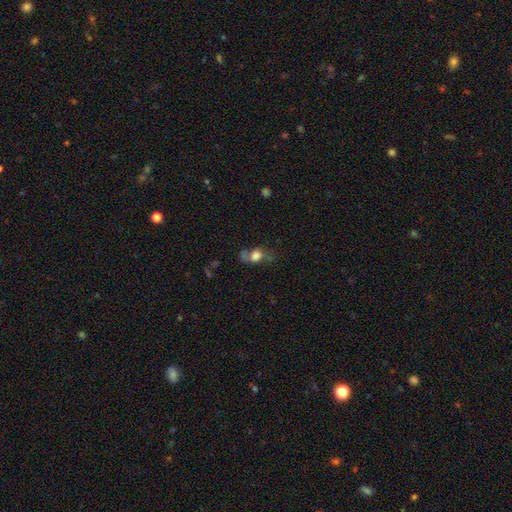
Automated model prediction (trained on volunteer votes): Smooth or featured?
  - smooth: 58% *
  - featured or disk: 30%
  - star or artifact: 12%
How rounded?
  - in between: 63% *
  - round: 33%
  - cigar-shaped: 4%
Merging?
  - none: 47% *
  - minor disturbance: 25%
  - major disturbance: 21%
  - merger: 7%